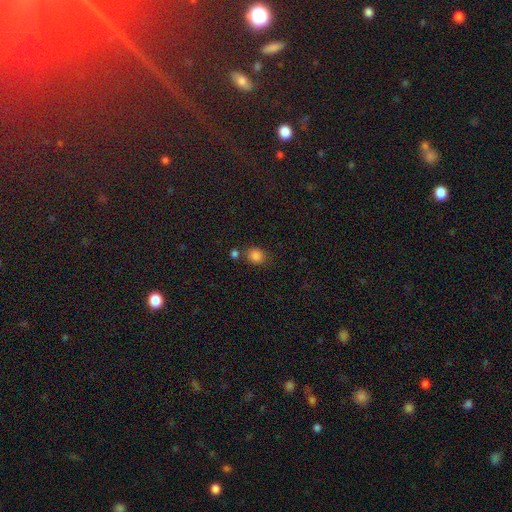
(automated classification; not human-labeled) This appears to be a smooth galaxy with no disk features (83%) that is round (65%). Merging: none (70%).